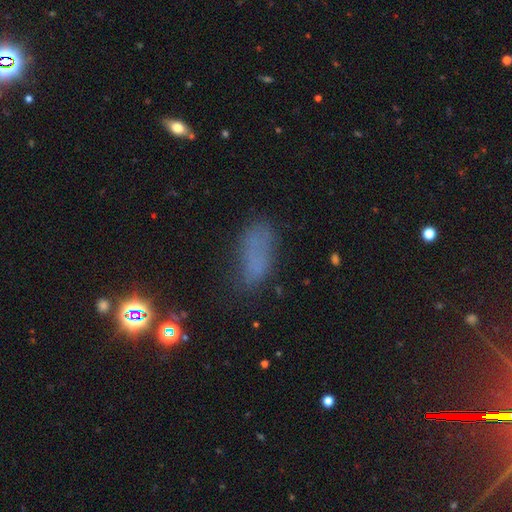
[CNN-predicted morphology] smooth_or_featured: smooth (p=0.62) [alt: star or artifact p=0.23]
how_rounded: in between (p=0.80) [alt: cigar-shaped p=0.15]
merging: none (p=0.57) [alt: minor disturbance p=0.24]